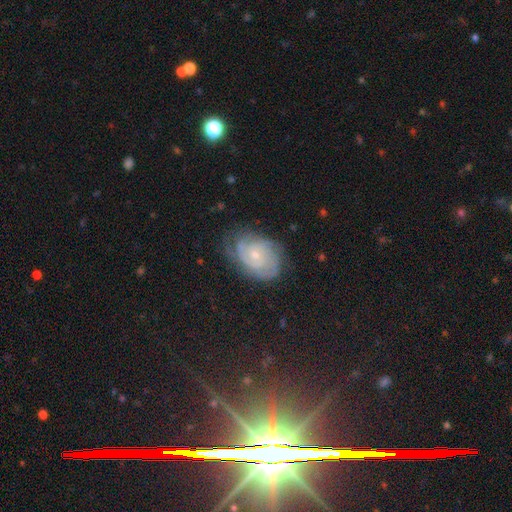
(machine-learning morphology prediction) Smooth or featured: featured or disk — 80% (smooth — 12%)
Edge-on disk: no — 97% (yes — 3%)
Bar: no — 73% (weak — 24%)
Spiral arms: yes — 96% (no — 4%)
Spiral winding: tight — 70% (medium — 24%)
Spiral arm count: 2 — 31% (can't tell — 28%)
Bulge size: small — 71% (moderate — 25%)
Merging: none — 72% (minor disturbance — 20%)